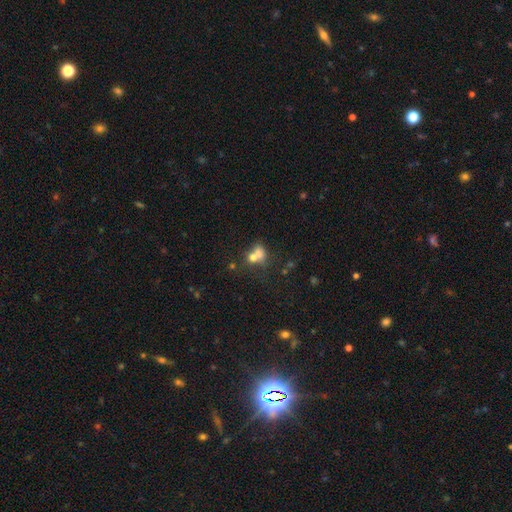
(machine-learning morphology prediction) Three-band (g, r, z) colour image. It shows a smooth galaxy with no disk features (65%) that is round (58%). Merging: merger (61%).